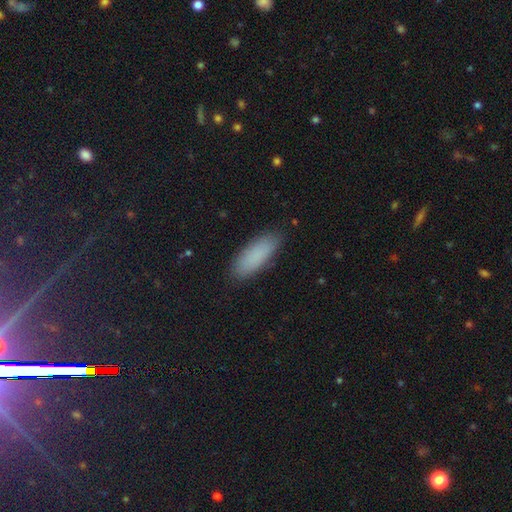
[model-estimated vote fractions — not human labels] Smooth or featured?
  - smooth: 87% *
  - star or artifact: 7%
  - featured or disk: 6%
How rounded?
  - in between: 68% *
  - cigar-shaped: 30%
  - round: 2%
Merging?
  - none: 86% *
  - minor disturbance: 11%
  - major disturbance: 2%
  - merger: 1%